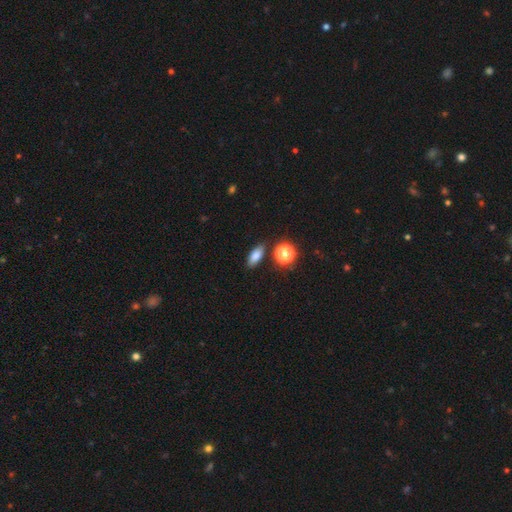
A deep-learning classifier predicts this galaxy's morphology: Overall: smooth (79%). How rounded: in between (73%). Merging: none (84%).